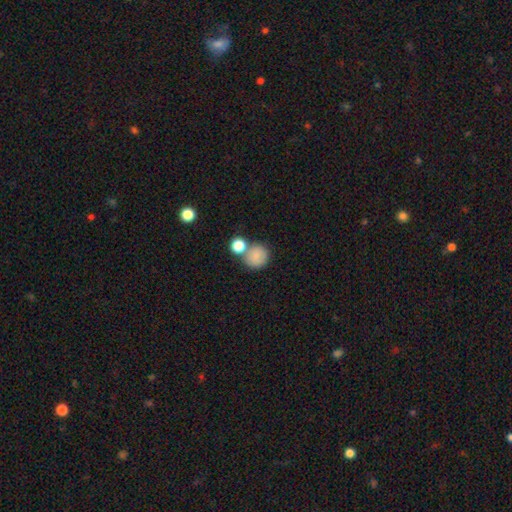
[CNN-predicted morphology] A smooth galaxy with no disk features (82%) that is round (88%). Merging: none (58%).